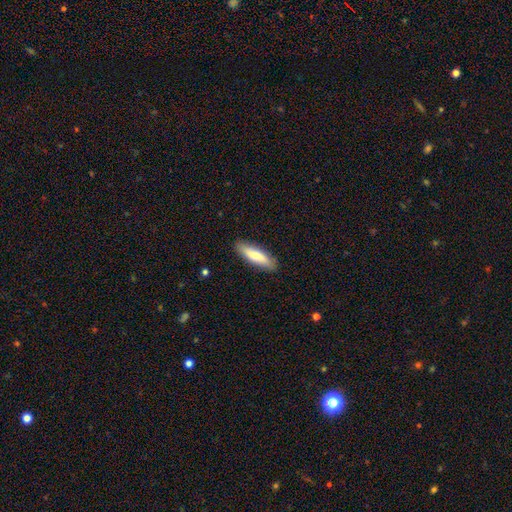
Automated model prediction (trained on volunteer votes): A smooth galaxy with no disk features (74%) that is cigar-shaped (62%). Merging: none (88%).